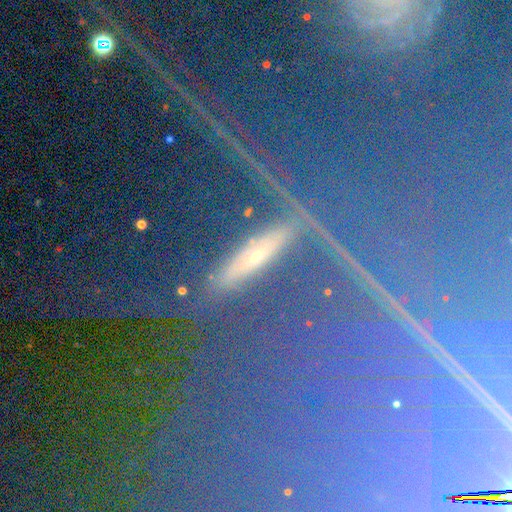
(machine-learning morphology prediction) Smooth or featured: star or artifact — 47% (featured or disk — 30%)